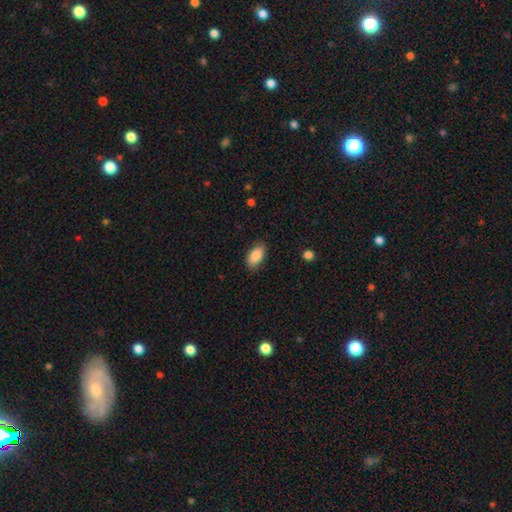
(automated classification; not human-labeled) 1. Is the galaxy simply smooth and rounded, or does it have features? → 86% smooth, 7% featured or disk, 7% star or artifact.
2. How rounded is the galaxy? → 93% in between, 4% round, 3% cigar-shaped.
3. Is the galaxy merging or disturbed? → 83% none, 13% minor disturbance, 3% major disturbance, 1% merger.